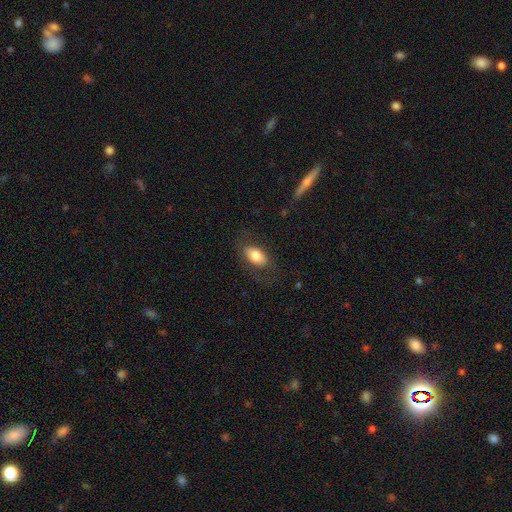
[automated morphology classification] smooth-or-featured: smooth: 74% | featured or disk: 19% | star or artifact: 7%
  how-rounded: in between: 92% | round: 5% | cigar-shaped: 3%
  merging: none: 74% | minor disturbance: 16% | major disturbance: 10% | merger: 1%